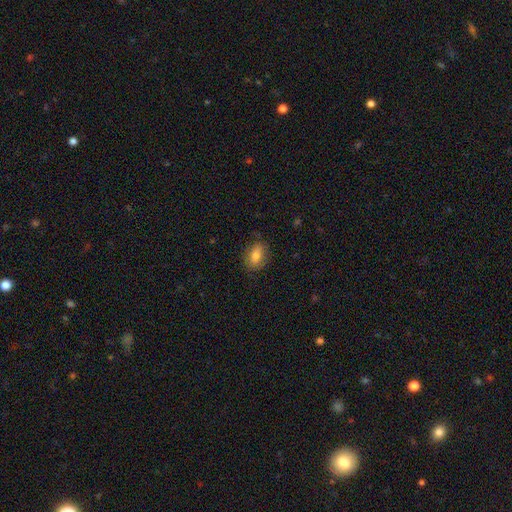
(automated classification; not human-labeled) The model was most divided on "merging": none: 79%, minor disturbance: 16%, major disturbance: 4%, merger: 1%. More confident: how rounded — in between (80%); smooth or featured — smooth (79%).